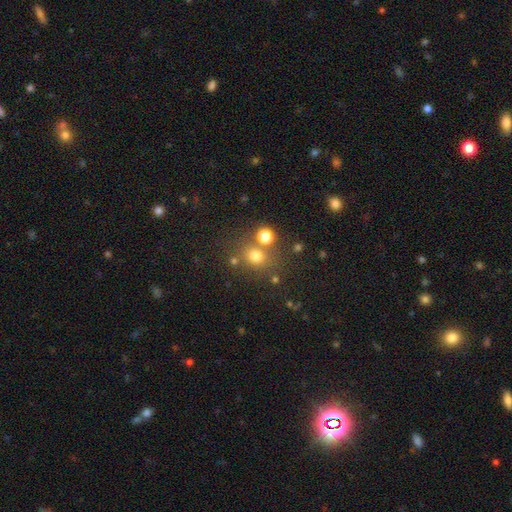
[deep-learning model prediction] Smooth or featured? smooth (72%)
How rounded? round (77%)
Merging? none (68%)